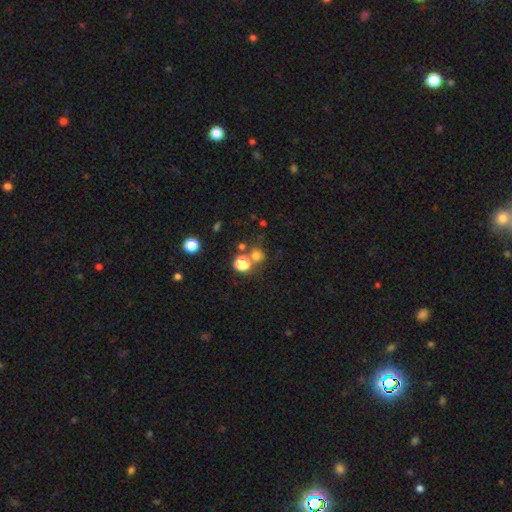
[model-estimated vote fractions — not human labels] A smooth galaxy with no disk features (69%) that is round (88%).

Vote fractions:
- Smooth or featured? smooth: 69% / star or artifact: 23% / featured or disk: 7%
- How rounded? round: 88% / in between: 11% / cigar-shaped: 1%
- Merging? none: 65% / merger: 22% / minor disturbance: 8% / major disturbance: 4%